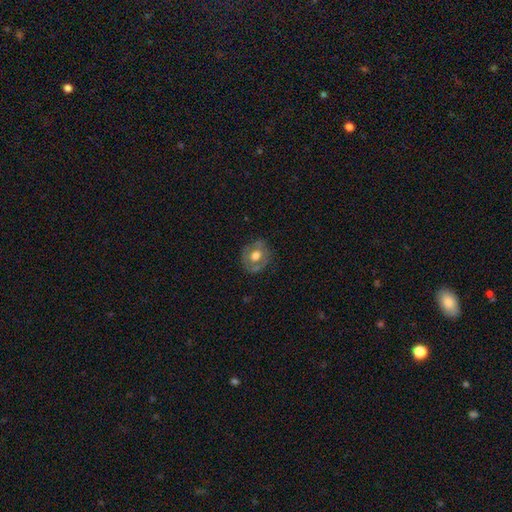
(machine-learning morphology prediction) Smooth or featured?
  - smooth: 48% *
  - featured or disk: 44%
  - star or artifact: 8%
Merging?
  - none: 75% *
  - minor disturbance: 18%
  - major disturbance: 6%
  - merger: 1%